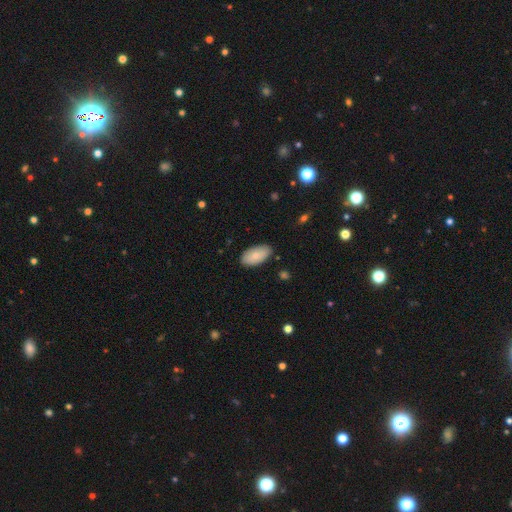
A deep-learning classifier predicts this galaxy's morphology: Smooth or featured?
  - smooth: 83% *
  - featured or disk: 11%
  - star or artifact: 6%
How rounded?
  - in between: 95% *
  - round: 3%
  - cigar-shaped: 2%
Merging?
  - none: 84% *
  - minor disturbance: 13%
  - major disturbance: 2%
  - merger: 1%